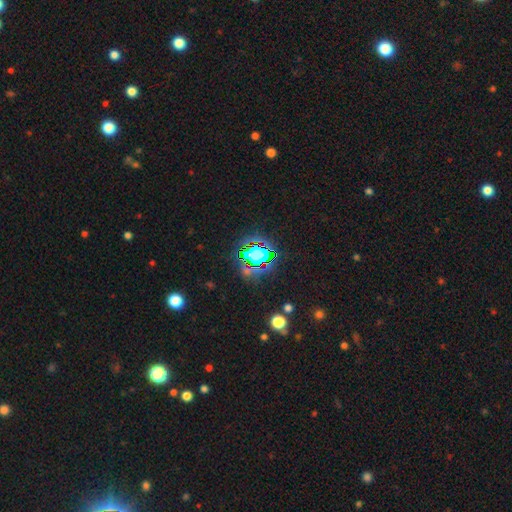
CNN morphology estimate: Q: Smooth or featured?
A: star or artifact (58%); runner-up: smooth (29%)